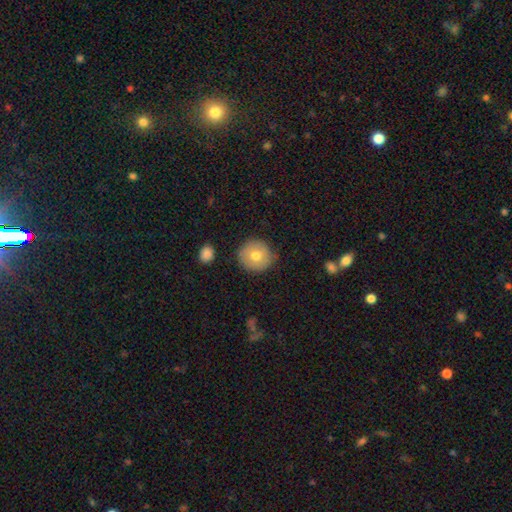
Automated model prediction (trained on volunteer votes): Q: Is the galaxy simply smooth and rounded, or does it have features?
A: smooth — 73%.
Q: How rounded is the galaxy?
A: round — 92%.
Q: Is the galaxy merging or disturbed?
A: none — 84%.